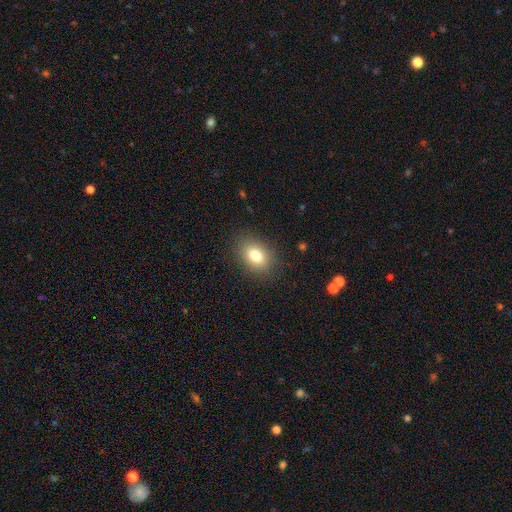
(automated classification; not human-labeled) A smooth galaxy with no disk features (80%) that is in between round and cigar-shaped (74%). Merging: none (86%).